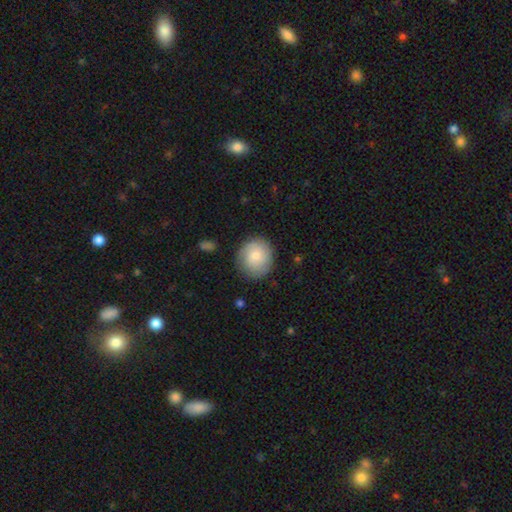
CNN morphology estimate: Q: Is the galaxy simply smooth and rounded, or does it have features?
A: smooth — 66%.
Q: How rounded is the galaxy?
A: round — 83%.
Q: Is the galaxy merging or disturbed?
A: none — 81%.